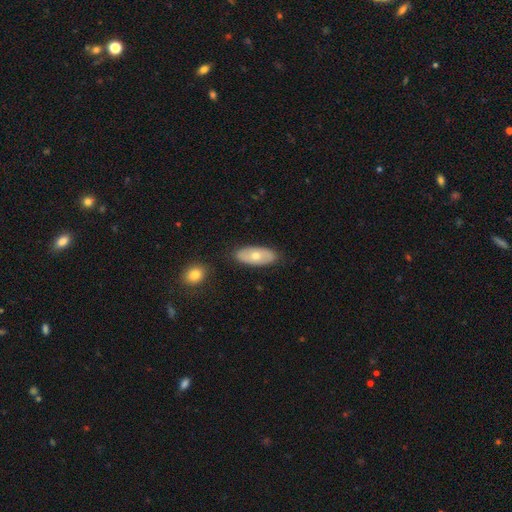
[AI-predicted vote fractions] smooth 56%, featured or disk 38%, star or artifact 6%. Down the decision tree: how rounded — in between (87%); merging — none (85%).